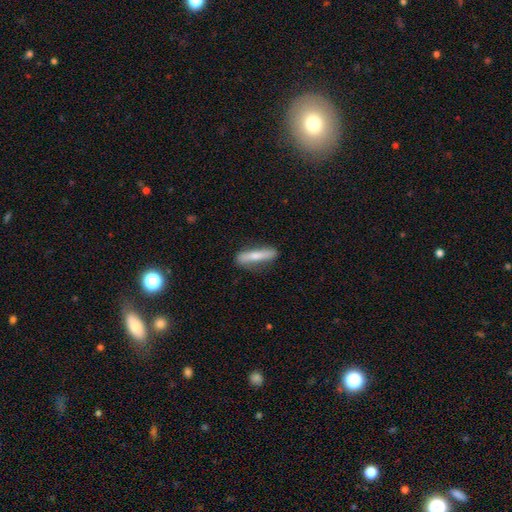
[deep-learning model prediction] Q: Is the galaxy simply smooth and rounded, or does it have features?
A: smooth — 64%.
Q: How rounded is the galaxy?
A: cigar-shaped — 88%.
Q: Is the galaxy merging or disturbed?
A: none — 82%.